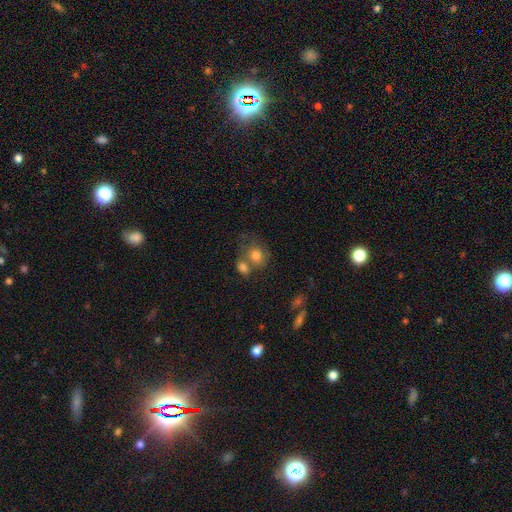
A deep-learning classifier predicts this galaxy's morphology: smooth 76%, featured or disk 15%, star or artifact 9%. Down the decision tree: how rounded — round (67%); merging — merger (44%).